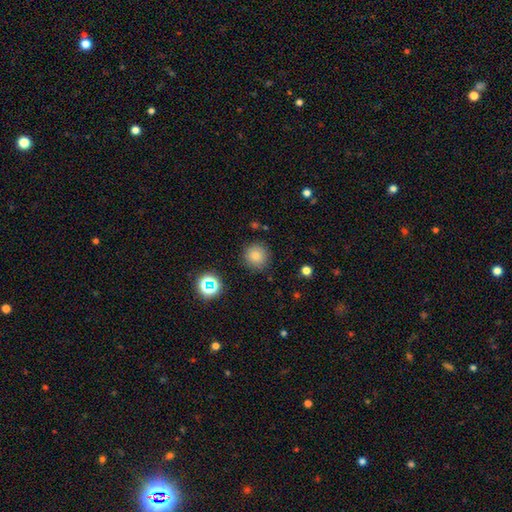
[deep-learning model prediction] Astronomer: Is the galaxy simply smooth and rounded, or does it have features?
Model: smooth — 80%.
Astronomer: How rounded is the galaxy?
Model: round — 94%.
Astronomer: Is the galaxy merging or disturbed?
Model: none — 86%.